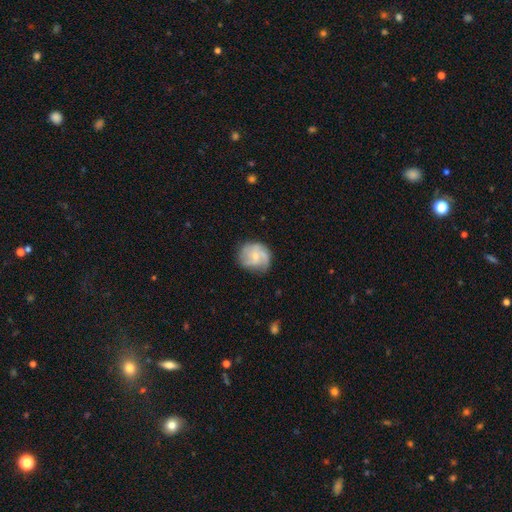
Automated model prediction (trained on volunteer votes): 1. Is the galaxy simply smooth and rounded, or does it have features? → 60% featured or disk, 33% smooth, 7% star or artifact.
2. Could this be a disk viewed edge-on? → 98% no, 2% yes.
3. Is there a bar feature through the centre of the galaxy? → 65% no, 30% weak, 4% strong.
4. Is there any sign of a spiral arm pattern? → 88% yes, 12% no.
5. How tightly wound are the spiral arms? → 43% medium, 31% tight, 26% loose.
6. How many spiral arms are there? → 29% 3 (tied), 29% 2 (tied), 24% can't tell, 8% 1, 6% 4, 4% more than 4.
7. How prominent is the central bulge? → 64% small, 29% moderate, 5% none, 1% large, 1% dominant.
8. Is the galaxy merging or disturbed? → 67% none, 22% minor disturbance, 9% major disturbance, 2% merger.